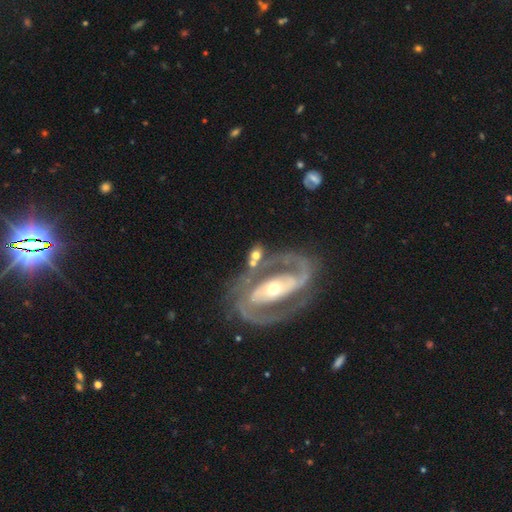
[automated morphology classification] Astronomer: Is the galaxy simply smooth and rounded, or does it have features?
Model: featured or disk — 70%.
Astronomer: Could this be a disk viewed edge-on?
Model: no — 92%.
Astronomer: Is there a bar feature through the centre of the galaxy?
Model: no — 47% (runner-up: strong, 27%).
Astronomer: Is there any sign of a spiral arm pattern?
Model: yes — 71%.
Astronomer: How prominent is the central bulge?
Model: moderate — 67%.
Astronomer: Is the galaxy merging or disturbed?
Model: none — 58%.